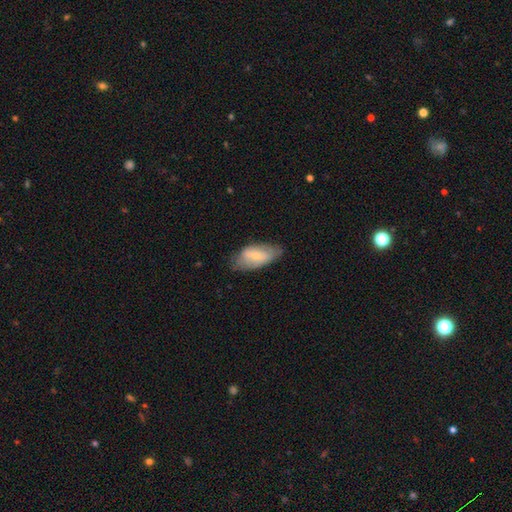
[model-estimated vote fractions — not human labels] The model was most divided on "smooth or featured": smooth: 60%, featured or disk: 33%, star or artifact: 6%. More confident: how rounded — in between (91%); merging — none (62%).